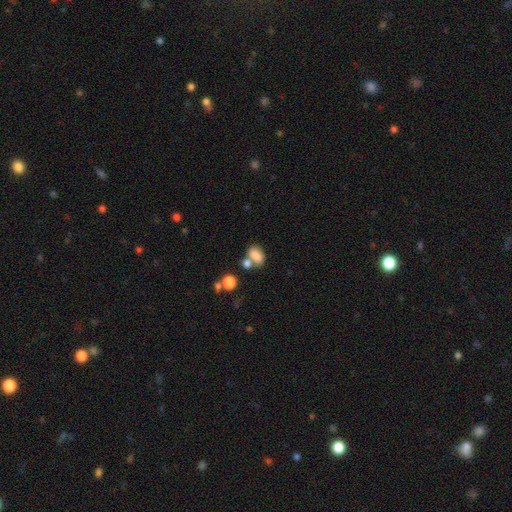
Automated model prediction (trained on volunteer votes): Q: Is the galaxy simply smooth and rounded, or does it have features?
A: smooth — 80%.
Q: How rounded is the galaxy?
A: in between — 82%.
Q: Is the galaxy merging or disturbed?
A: none — 45%.